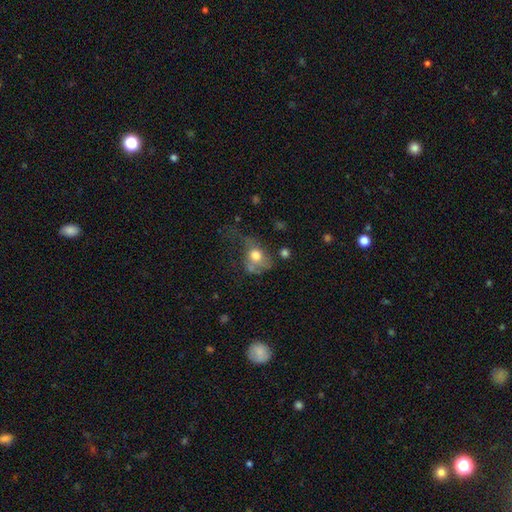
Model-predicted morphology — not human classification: type=smooth (65%); roundness=round (53%); merging=major disturbance (43%).